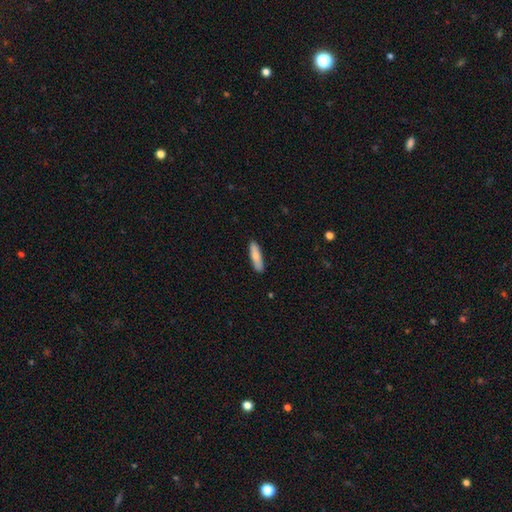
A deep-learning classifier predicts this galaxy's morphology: Smooth or featured: smooth — 79% (featured or disk — 15%)
How rounded: cigar-shaped — 74% (in between — 25%)
Merging: none — 88% (minor disturbance — 9%)